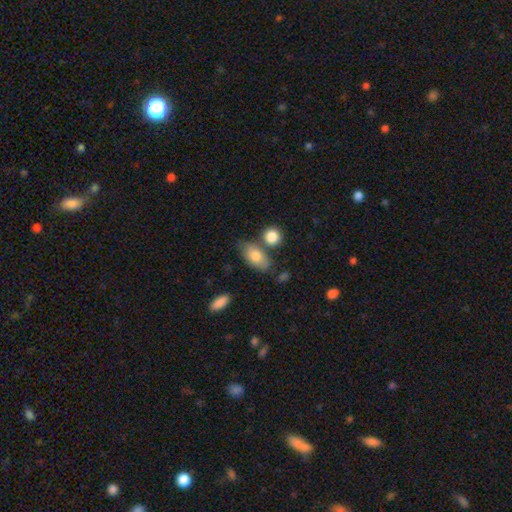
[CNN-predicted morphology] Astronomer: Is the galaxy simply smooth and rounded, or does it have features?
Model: smooth — 79%.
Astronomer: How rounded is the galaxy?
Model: in between — 88%.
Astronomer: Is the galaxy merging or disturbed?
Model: none — 64%.